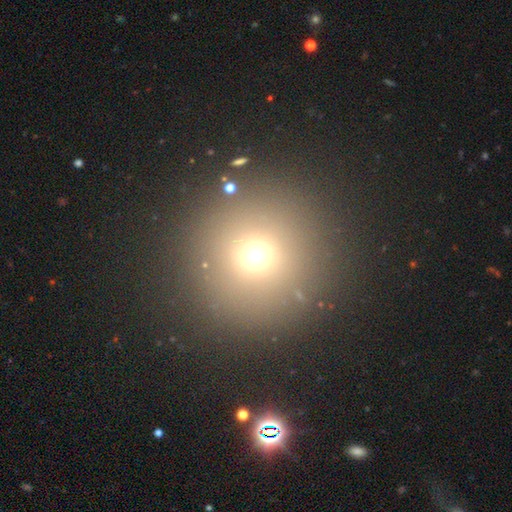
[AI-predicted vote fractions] smooth 66%, star or artifact 25%, featured or disk 9%. Down the decision tree: how rounded — round (96%); merging — none (88%).